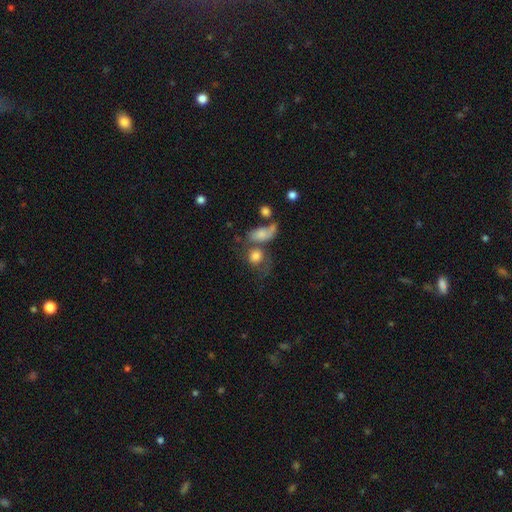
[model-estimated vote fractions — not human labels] Morphology: type=smooth (72%); roundness=round (58%); merging=merger (38%).